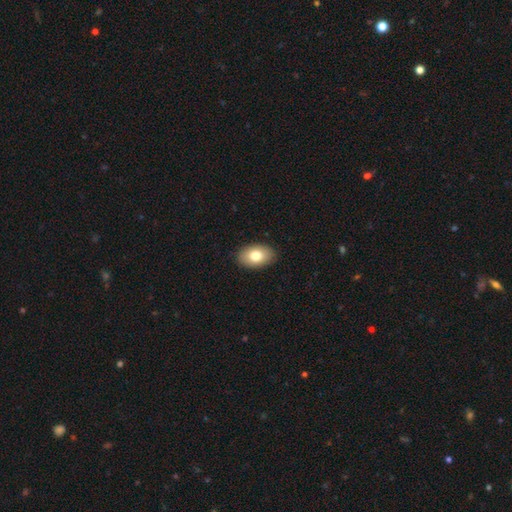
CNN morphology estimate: smooth 79%, featured or disk 14%, star or artifact 7%. Down the decision tree: how rounded — in between (91%); merging — none (89%).